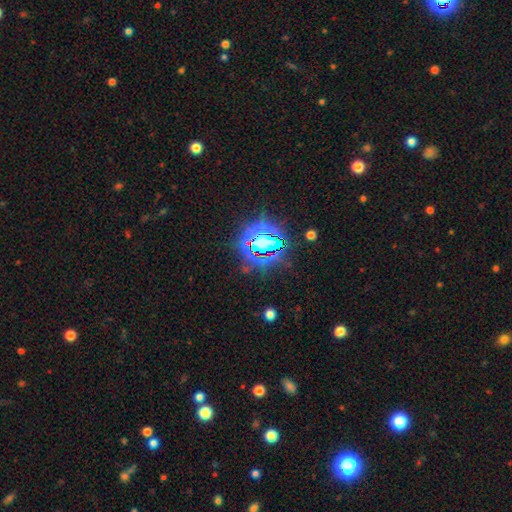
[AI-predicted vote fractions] This is clearly a star or artifact rather than a galaxy (83%).